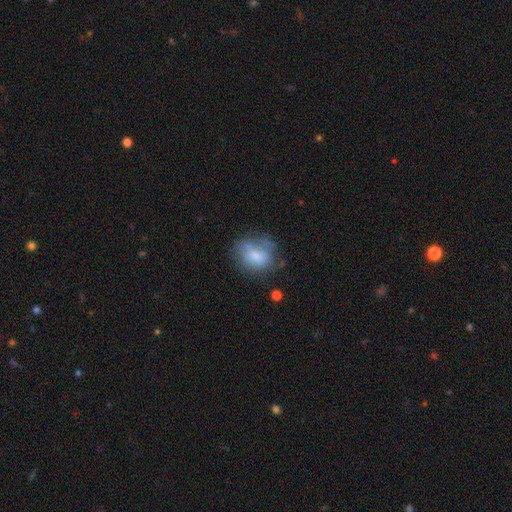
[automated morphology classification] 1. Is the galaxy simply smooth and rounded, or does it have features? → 68% smooth, 22% featured or disk, 10% star or artifact.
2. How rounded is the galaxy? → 53% round, 46% in between, 1% cigar-shaped.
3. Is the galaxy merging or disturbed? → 48% none, 26% minor disturbance, 16% major disturbance, 10% merger.